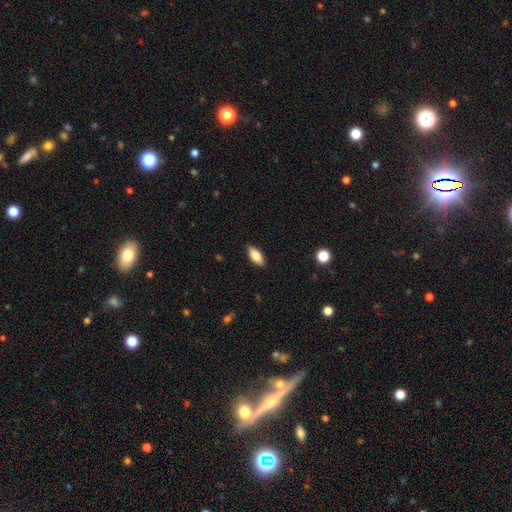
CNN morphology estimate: This is likely a smooth galaxy (78%). How rounded: clearly in between (84%). Merging: clearly none (88%).